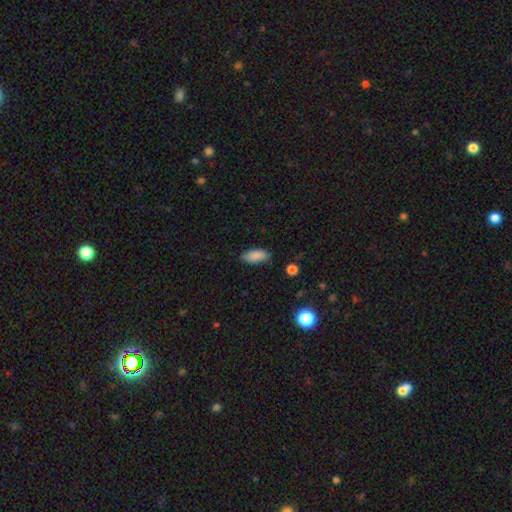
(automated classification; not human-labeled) Smooth or featured?
  - smooth: 88% *
  - star or artifact: 7%
  - featured or disk: 5%
How rounded?
  - in between: 84% *
  - cigar-shaped: 14%
  - round: 2%
Merging?
  - none: 83% *
  - minor disturbance: 13%
  - major disturbance: 2%
  - merger: 1%